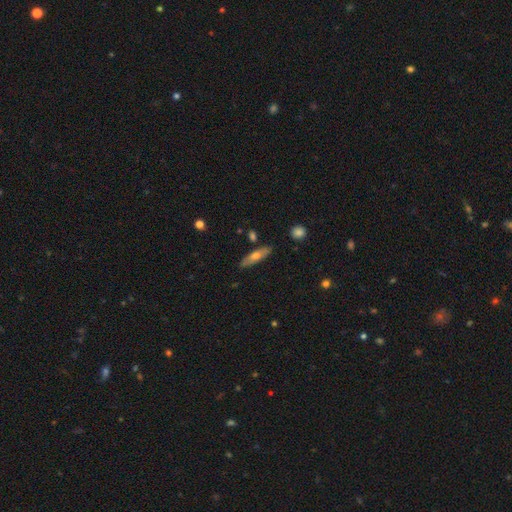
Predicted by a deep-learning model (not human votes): smooth-or-featured: smooth: 57% | featured or disk: 37% | star or artifact: 6%
  how-rounded: cigar-shaped: 65% | in between: 32% | round: 3%
  merging: none: 84% | minor disturbance: 11% | merger: 3% | major disturbance: 2%